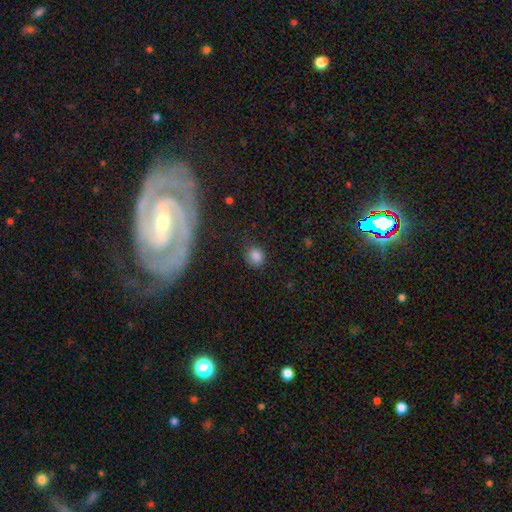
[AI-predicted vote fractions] A smooth galaxy with no disk features (83%) that is round (75%). Merging: none (82%).